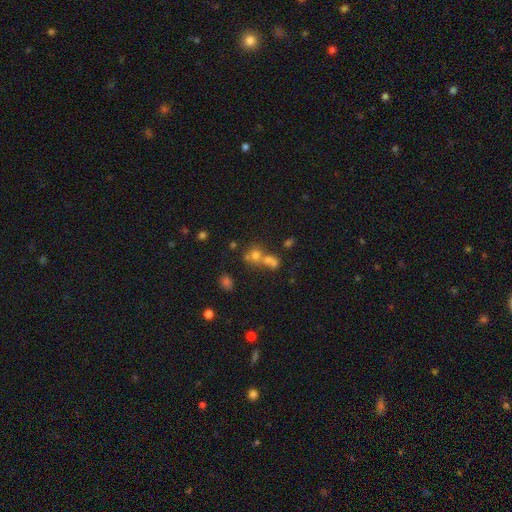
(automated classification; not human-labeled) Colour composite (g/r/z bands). It shows a smooth galaxy with no disk features (57%) that is round (78%). Merging: merger (53%).